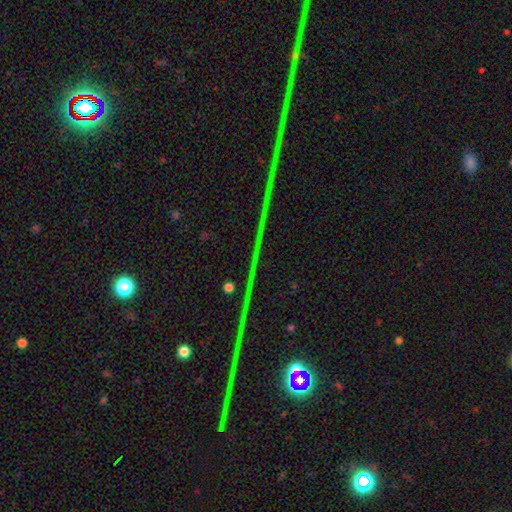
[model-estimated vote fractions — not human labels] A star or artifact, not a galaxy (85%).

Vote fractions:
- Smooth or featured? star or artifact: 85% / featured or disk: 9% / smooth: 6%